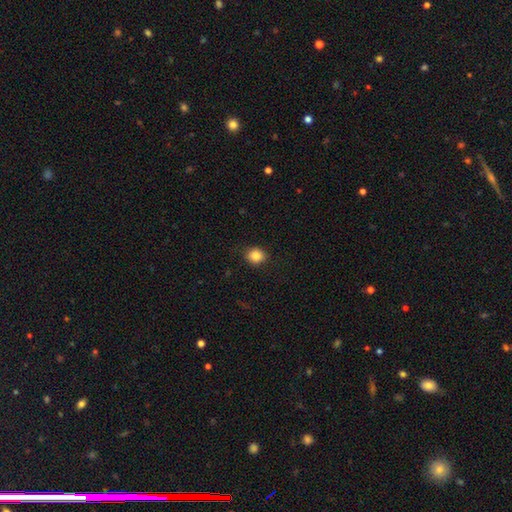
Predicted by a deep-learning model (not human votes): This is clearly a smooth galaxy (85%). How rounded: likely round (72%). Merging: clearly none (88%).